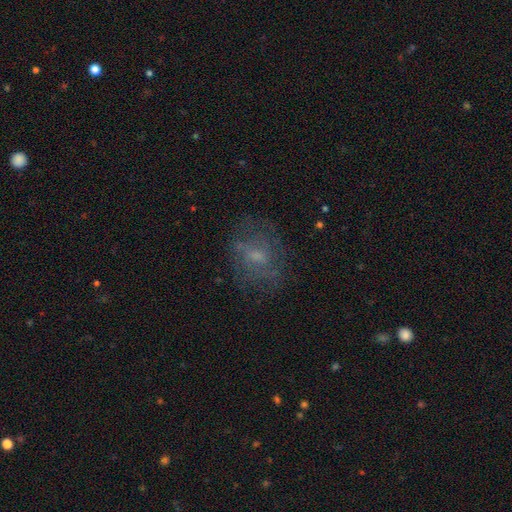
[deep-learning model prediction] Q: Smooth or featured?
A: featured or disk (52%); runner-up: smooth (35%)
Q: Edge-on disk?
A: no (96%); runner-up: yes (4%)
Q: Merging?
A: none (65%); runner-up: minor disturbance (18%)